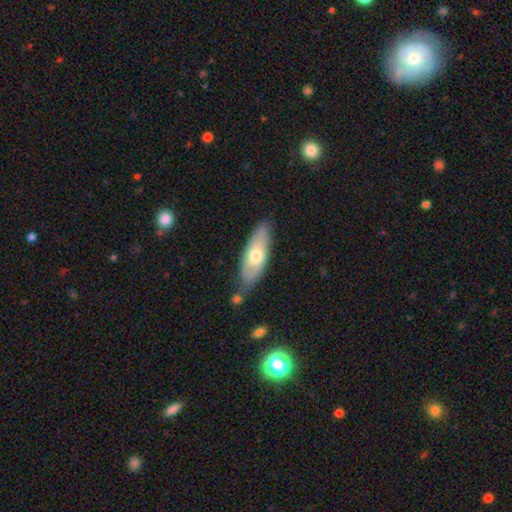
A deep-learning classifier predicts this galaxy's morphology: Q: Smooth or featured?
A: smooth (52%); runner-up: featured or disk (42%)
Q: How rounded?
A: in between (65%); runner-up: cigar-shaped (32%)
Q: Merging?
A: none (76%); runner-up: minor disturbance (17%)